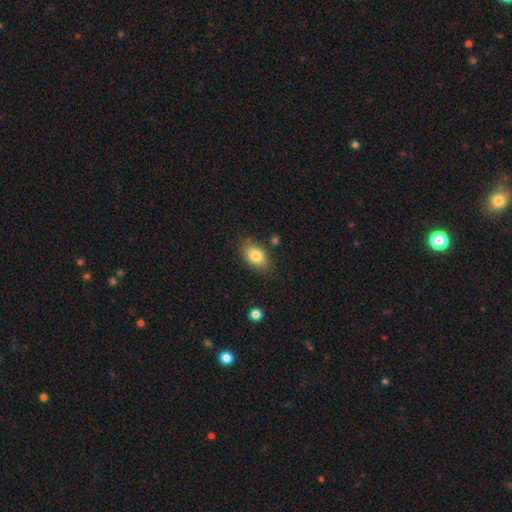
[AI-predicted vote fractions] Smooth or featured? Predicted: smooth (p=0.81). How rounded? Predicted: in between (p=0.88). Merging? Predicted: none (p=0.80).